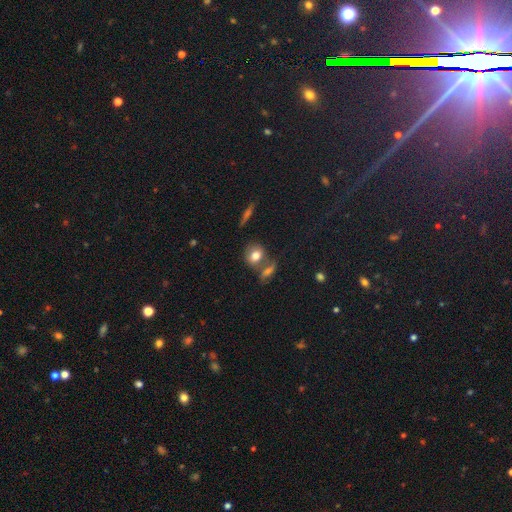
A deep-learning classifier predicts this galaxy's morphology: A smooth galaxy with no disk features (75%) that is round (52%).

Vote fractions:
- Smooth or featured? smooth: 75% / featured or disk: 15% / star or artifact: 10%
- How rounded? round: 52% / in between: 45% / cigar-shaped: 3%
- Merging? none: 52% / merger: 30% / minor disturbance: 13% / major disturbance: 5%